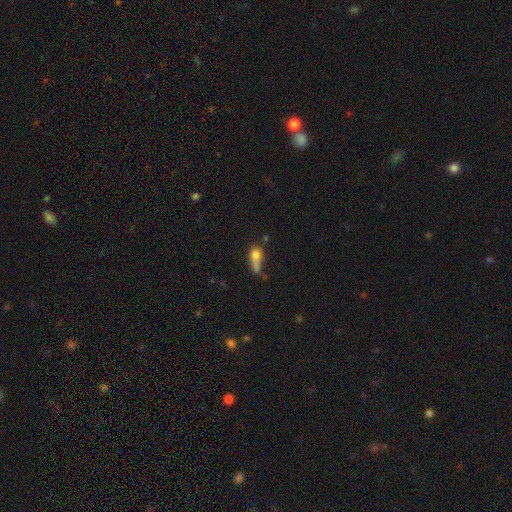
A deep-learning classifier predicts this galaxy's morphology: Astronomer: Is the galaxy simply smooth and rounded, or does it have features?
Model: smooth — 70%.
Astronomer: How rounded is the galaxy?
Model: in between — 59%.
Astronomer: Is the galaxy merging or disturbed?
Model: merger — 28% (runner-up: none, 26%).